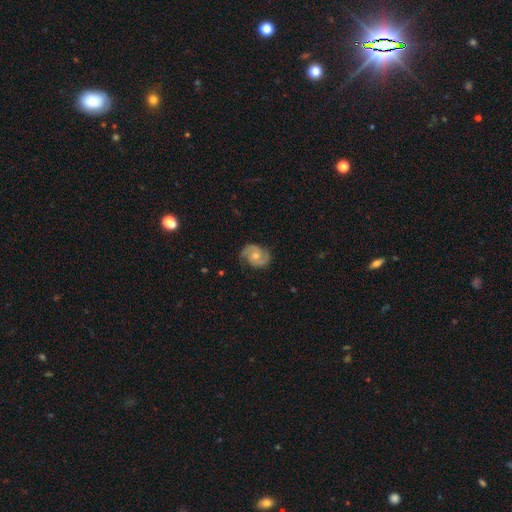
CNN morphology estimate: Overall: featured or disk (84%). Edge-on disk: no (98%). Bar: no (64%; weak 31%). Spiral arms: yes (97%). Spiral arm count: 2 (91%). Spiral winding: medium (50%; tight 37%). Bulge size: moderate (60%; small 33%). Merging: none (80%).